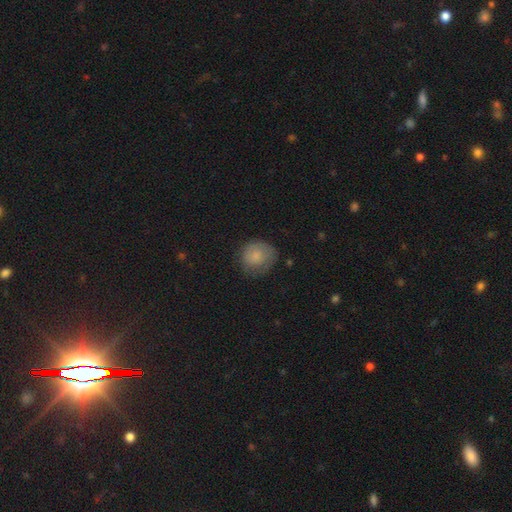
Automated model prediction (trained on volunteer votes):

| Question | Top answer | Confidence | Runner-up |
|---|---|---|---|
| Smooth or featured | smooth | 79% | featured or disk (14%) |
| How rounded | round | 82% | in between (17%) |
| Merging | none | 63% | minor disturbance (26%) |